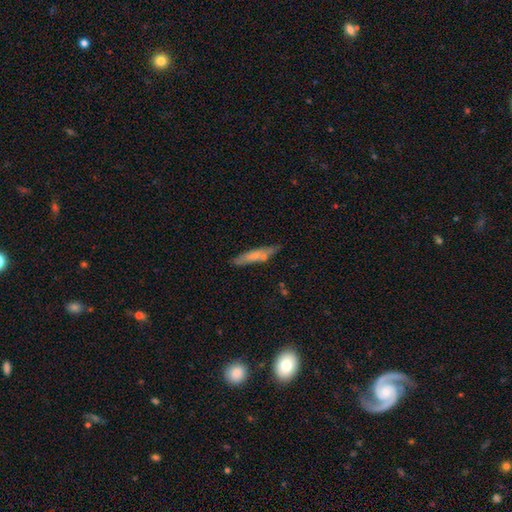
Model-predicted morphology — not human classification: A smooth galaxy with no disk features (64%) that is cigar-shaped (85%).

Vote fractions:
- Smooth or featured? smooth: 64% / featured or disk: 29% / star or artifact: 7%
- How rounded? cigar-shaped: 85% / in between: 13% / round: 2%
- Merging? none: 72% / minor disturbance: 17% / merger: 7% / major disturbance: 4%